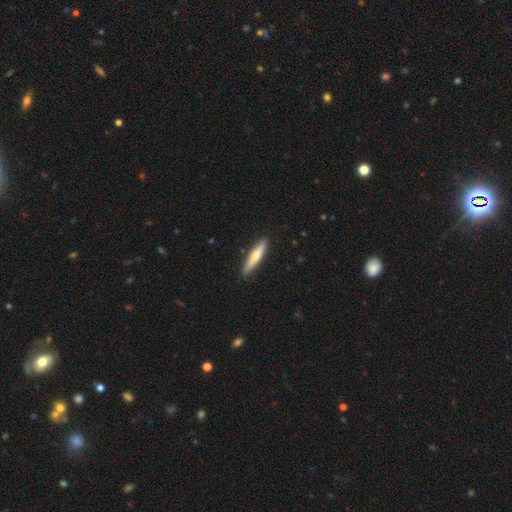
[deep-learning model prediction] Smooth or featured? smooth (58%)
How rounded? cigar-shaped (87%)
Merging? none (89%)